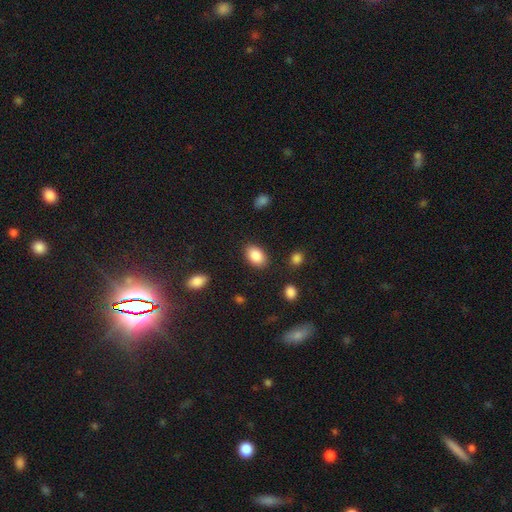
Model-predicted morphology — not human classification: Smooth or featured: smooth — 87% (star or artifact — 7%)
How rounded: in between — 88% (round — 11%)
Merging: none — 86% (minor disturbance — 10%)